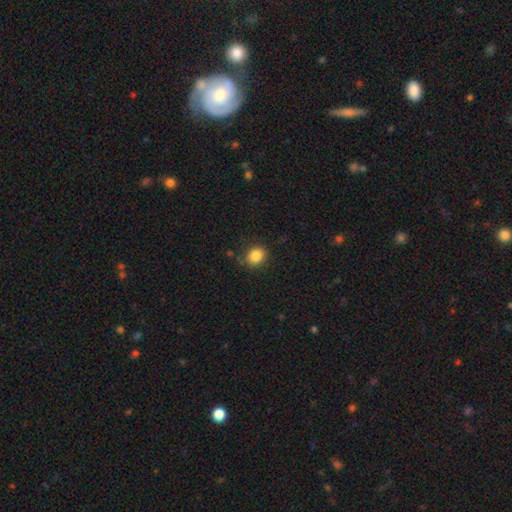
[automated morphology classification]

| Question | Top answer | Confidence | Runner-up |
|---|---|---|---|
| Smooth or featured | smooth | 85% | star or artifact (11%) |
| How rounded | round | 61% | in between (38%) |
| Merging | none | 80% | minor disturbance (14%) |